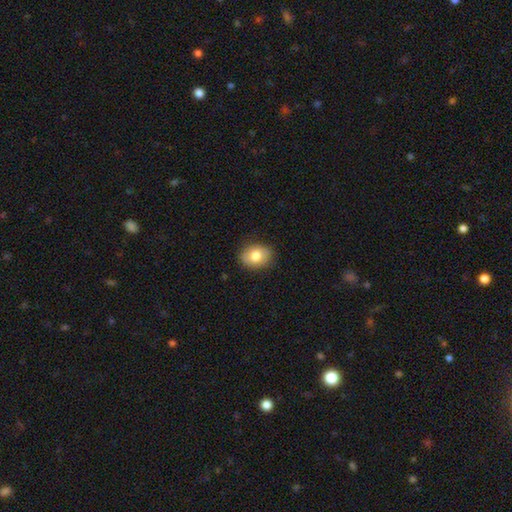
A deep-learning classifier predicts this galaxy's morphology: Smooth or featured? Predicted: smooth (p=0.80). How rounded? Predicted: in between (p=0.61). Merging? Predicted: none (p=0.85).